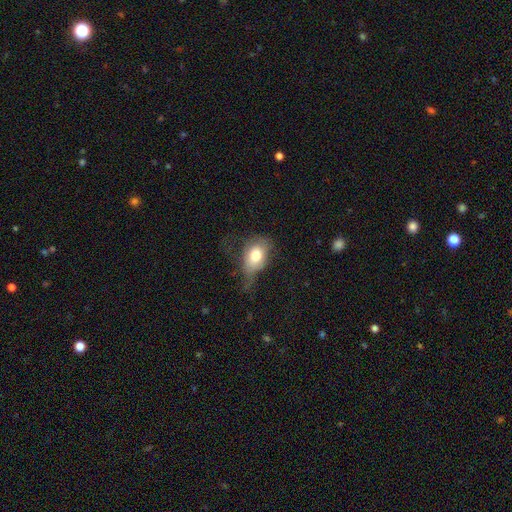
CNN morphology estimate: Smooth or featured: smooth — 71% (featured or disk — 21%)
How rounded: in between — 71% (round — 27%)
Merging: major disturbance — 35% (minor disturbance — 34%)